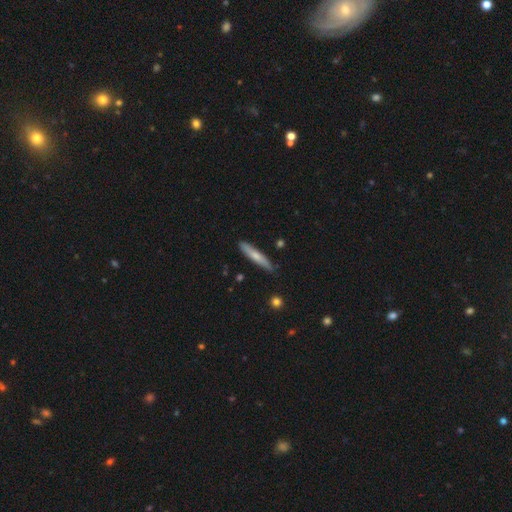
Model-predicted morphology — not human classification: A smooth galaxy with no disk features (64%) that is cigar-shaped (90%). Merging: none (83%).